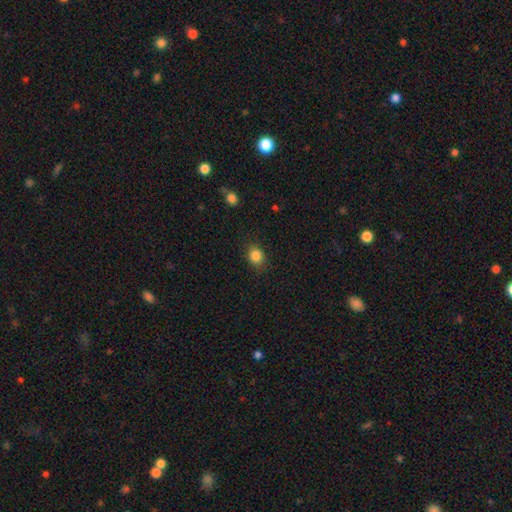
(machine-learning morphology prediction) This appears to be a smooth galaxy with no disk features (85%) that is round (65%). Merging: none (84%).